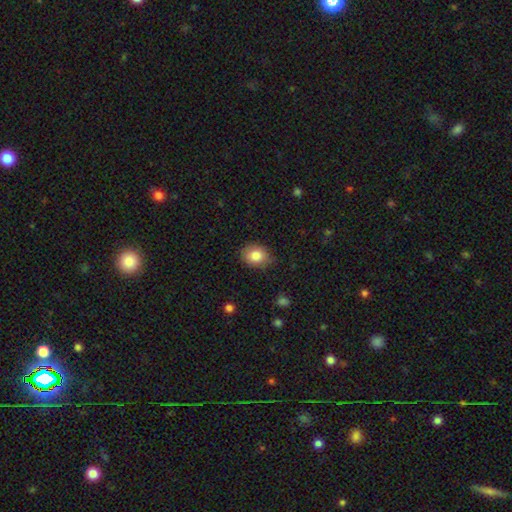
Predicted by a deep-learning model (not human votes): Smooth or featured? smooth (83%)
How rounded? round (50%)
Merging? none (77%)